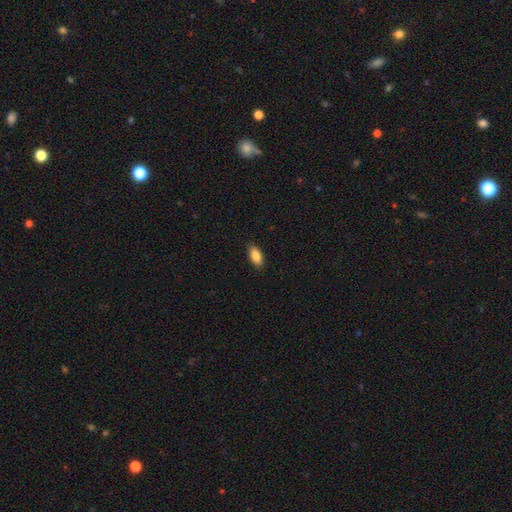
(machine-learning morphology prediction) Q: Smooth or featured?
A: smooth (88%); runner-up: star or artifact (7%)
Q: How rounded?
A: in between (90%); runner-up: cigar-shaped (8%)
Q: Merging?
A: none (89%); runner-up: minor disturbance (8%)